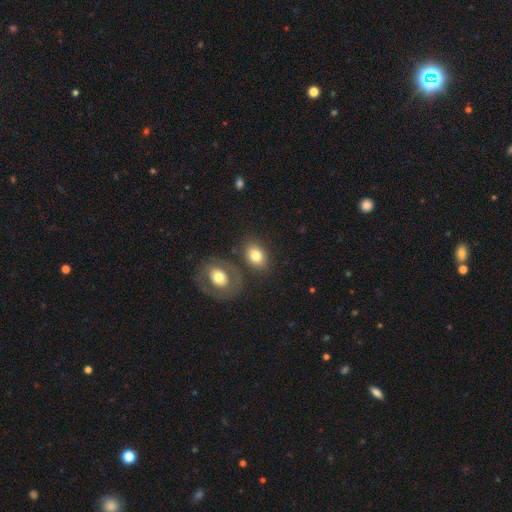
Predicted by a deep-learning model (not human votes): The model was most divided on "how rounded": in between: 74%, round: 24%, cigar-shaped: 1%. More confident: smooth or featured — smooth (76%); merging — none (68%).